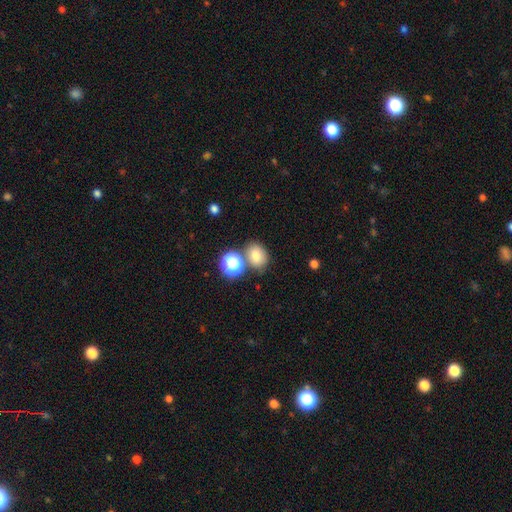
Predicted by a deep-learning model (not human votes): Smooth or featured: smooth — 75% (star or artifact — 16%)
How rounded: round — 51% (in between — 48%)
Merging: none — 67% (merger — 17%)